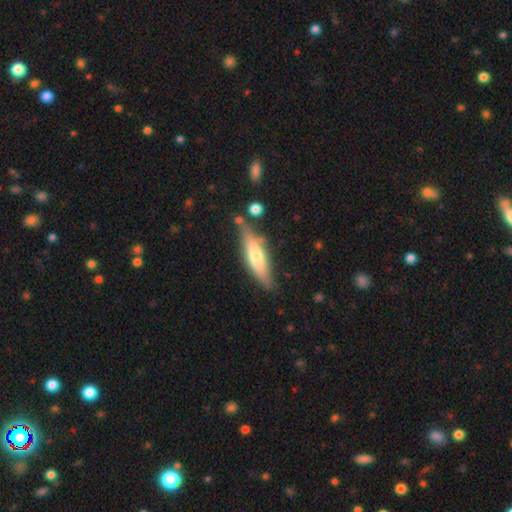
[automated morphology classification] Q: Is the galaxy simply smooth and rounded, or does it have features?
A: smooth — 50%.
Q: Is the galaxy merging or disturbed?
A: none — 75%.